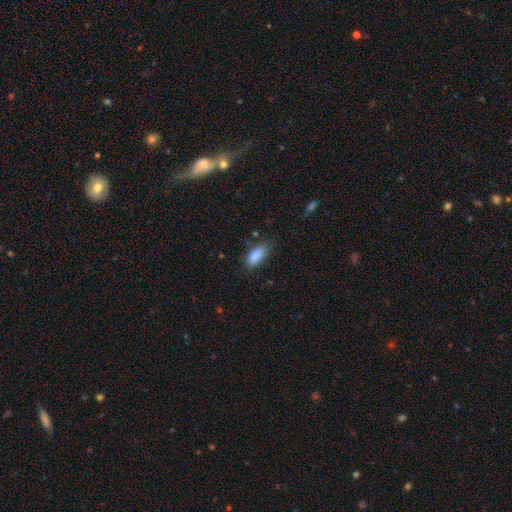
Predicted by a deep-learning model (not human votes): Smooth or featured? smooth (87%)
How rounded? in between (86%)
Merging? none (75%)